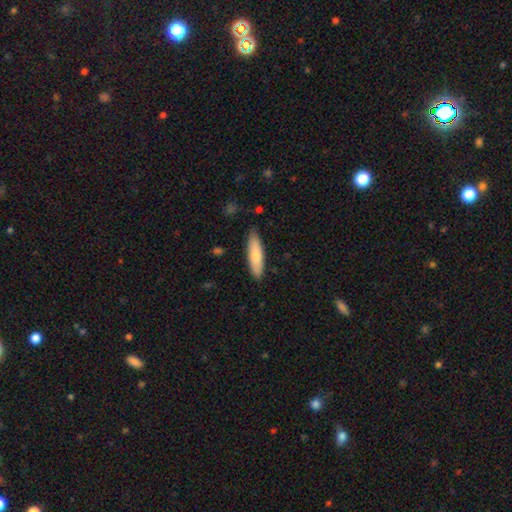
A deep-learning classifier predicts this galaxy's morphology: smooth_or_featured: smooth (p=0.75) [alt: featured or disk p=0.20]
how_rounded: cigar-shaped (p=0.63) [alt: in between p=0.36]
merging: none (p=0.84) [alt: minor disturbance p=0.13]